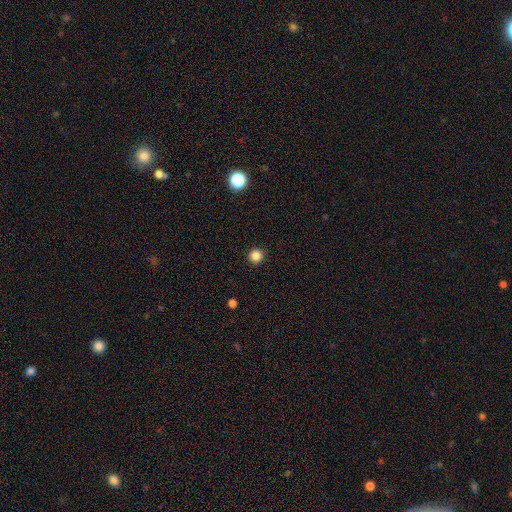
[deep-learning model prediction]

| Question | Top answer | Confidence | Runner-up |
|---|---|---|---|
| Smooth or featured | smooth | 84% | star or artifact (12%) |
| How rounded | round | 94% | in between (6%) |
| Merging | none | 92% | minor disturbance (6%) |